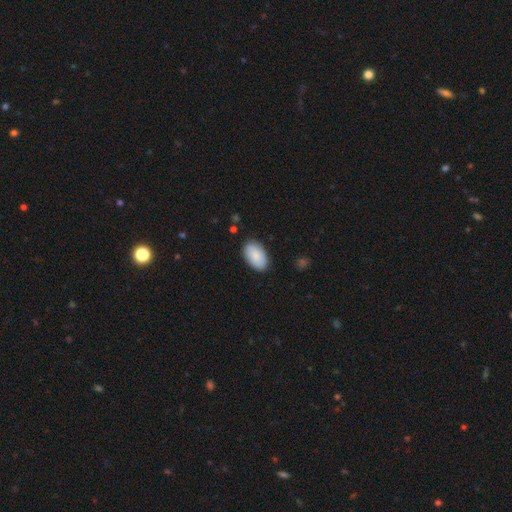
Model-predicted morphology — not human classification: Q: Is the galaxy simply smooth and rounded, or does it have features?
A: smooth — 86%.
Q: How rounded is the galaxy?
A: in between — 94%.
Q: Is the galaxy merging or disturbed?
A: none — 86%.